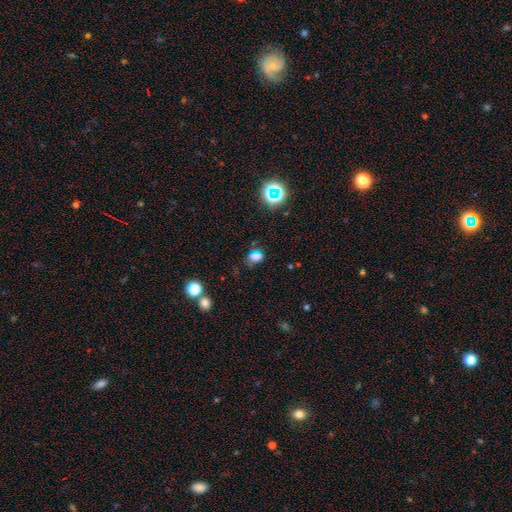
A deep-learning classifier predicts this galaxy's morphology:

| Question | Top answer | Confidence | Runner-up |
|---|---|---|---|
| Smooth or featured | smooth | 59% | star or artifact (31%) |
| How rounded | in between | 73% | round (24%) |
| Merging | none | 69% | minor disturbance (18%) |